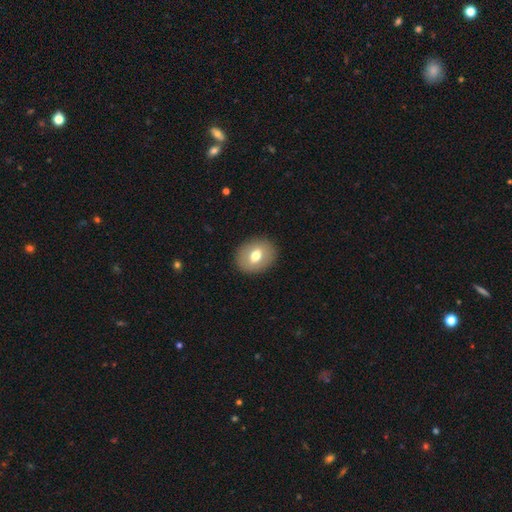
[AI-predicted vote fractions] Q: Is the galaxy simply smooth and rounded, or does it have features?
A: smooth — 67%.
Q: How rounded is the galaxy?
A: round — 50%.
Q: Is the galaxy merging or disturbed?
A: none — 90%.